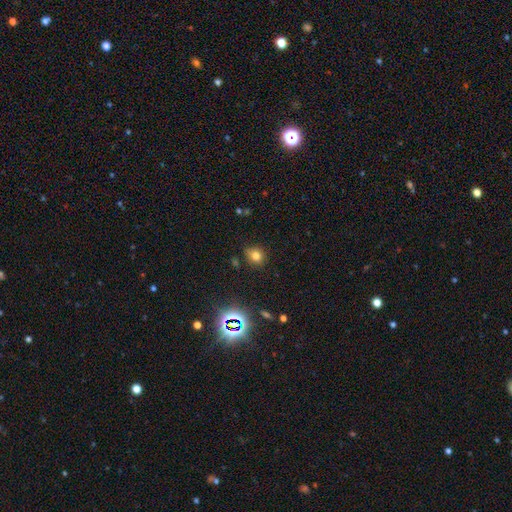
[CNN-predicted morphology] This appears to be a smooth galaxy with no disk features (74%) that is round (65%). Merging: none (79%).